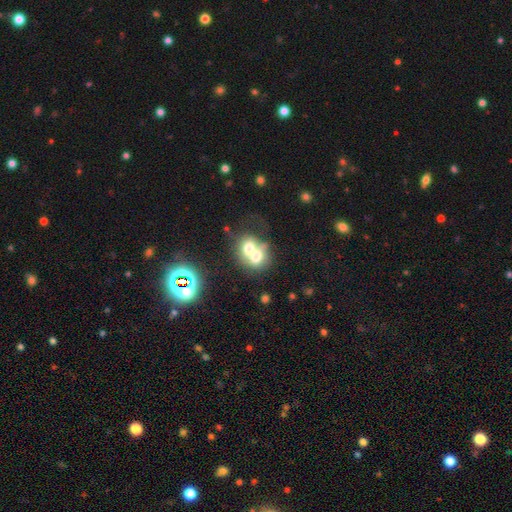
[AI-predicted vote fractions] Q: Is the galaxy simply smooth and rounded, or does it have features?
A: smooth — 60%.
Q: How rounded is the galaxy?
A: round — 55%.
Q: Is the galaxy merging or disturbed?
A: merger — 72%.